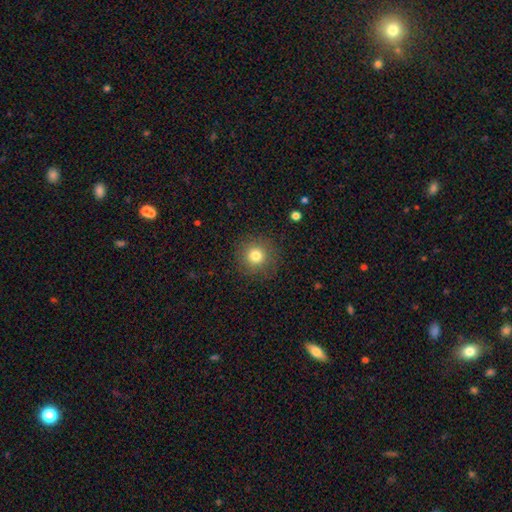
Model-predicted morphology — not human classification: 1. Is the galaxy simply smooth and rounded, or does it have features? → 79% smooth, 12% star or artifact, 8% featured or disk.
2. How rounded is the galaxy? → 94% round, 5% in between, 1% cigar-shaped.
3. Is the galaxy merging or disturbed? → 88% none, 8% minor disturbance, 3% major disturbance, 1% merger.